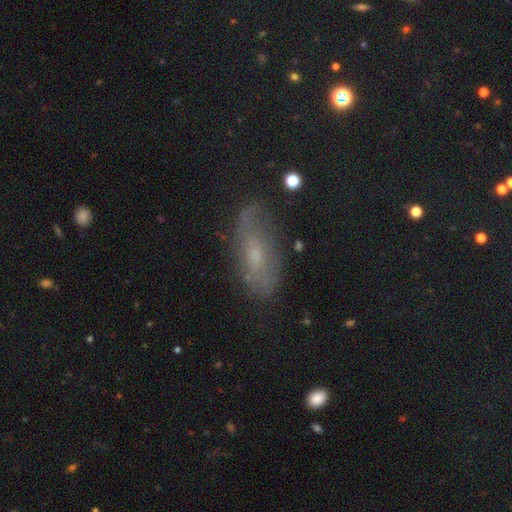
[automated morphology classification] This is marginally a featured or disk galaxy (44%). Merging: likely none (70%).